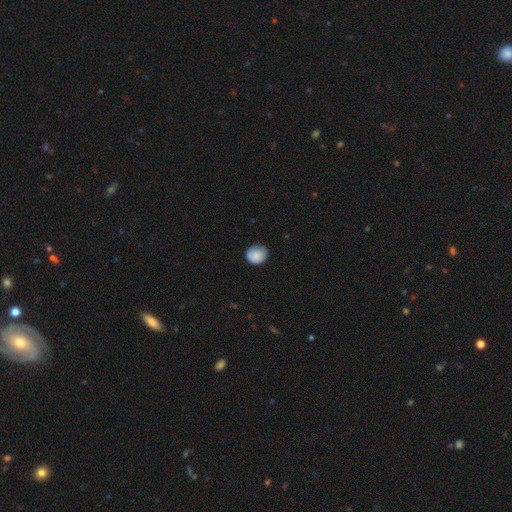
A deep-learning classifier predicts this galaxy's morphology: Smooth or featured? smooth (83%)
How rounded? round (79%)
Merging? none (75%)